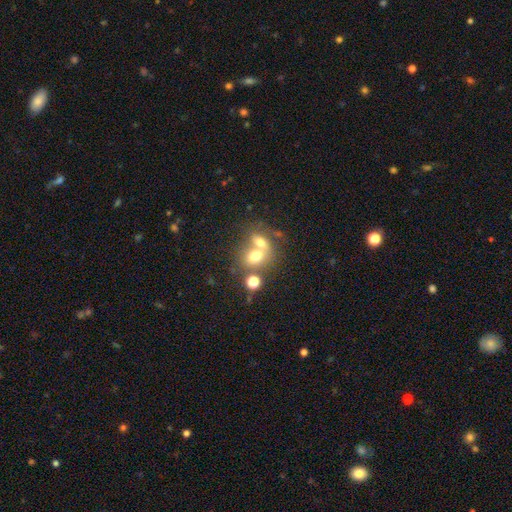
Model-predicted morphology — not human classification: This is likely a smooth galaxy (67%). How rounded: possibly in between (53%). Merging: likely merger (63%).